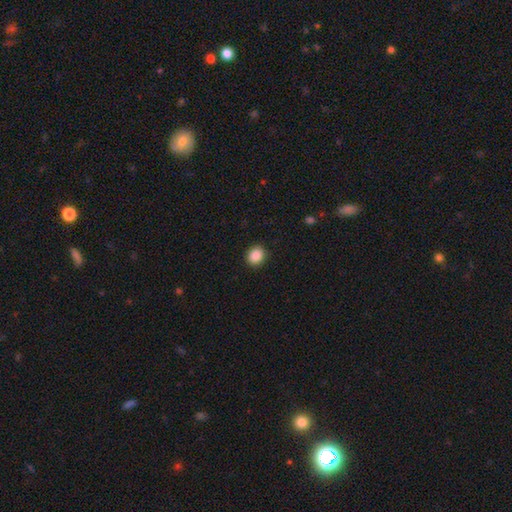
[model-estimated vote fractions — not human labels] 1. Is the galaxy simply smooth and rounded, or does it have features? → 88% smooth, 9% star or artifact, 3% featured or disk.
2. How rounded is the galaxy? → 74% round, 26% in between, 1% cigar-shaped.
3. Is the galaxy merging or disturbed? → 91% none, 6% minor disturbance, 2% major disturbance, 1% merger.